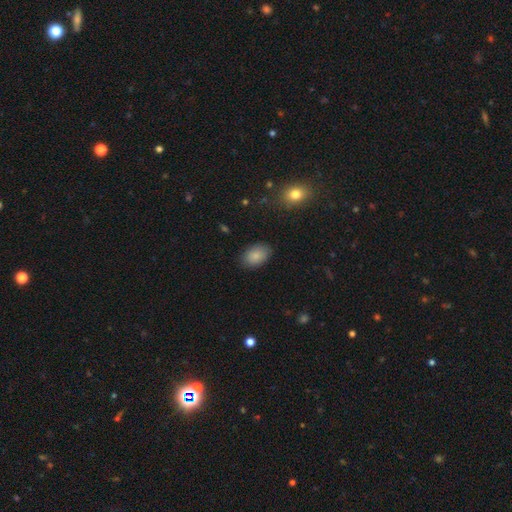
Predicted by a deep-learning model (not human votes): Smooth or featured? smooth (84%)
How rounded? in between (85%)
Merging? none (84%)